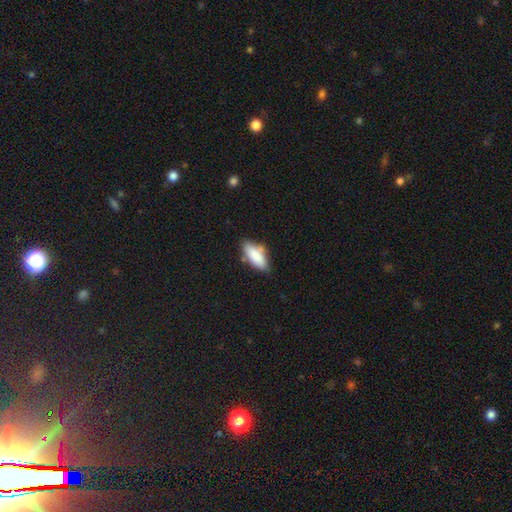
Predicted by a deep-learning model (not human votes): A smooth galaxy with no disk features (82%) that is in between round and cigar-shaped (72%).

Vote fractions:
- Smooth or featured? smooth: 82% / featured or disk: 11% / star or artifact: 6%
- How rounded? in between: 72% / cigar-shaped: 26% / round: 2%
- Merging? none: 68% / minor disturbance: 21% / merger: 6% / major disturbance: 4%